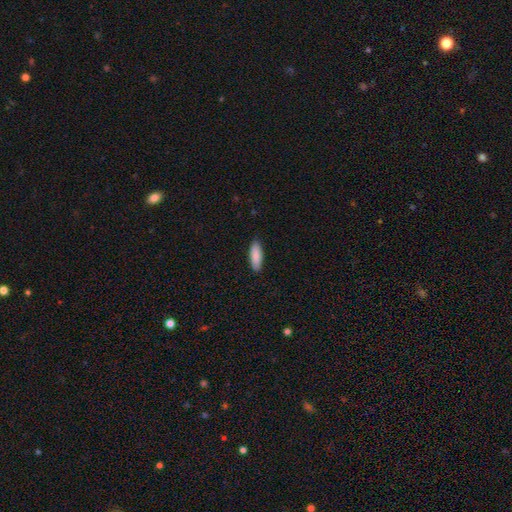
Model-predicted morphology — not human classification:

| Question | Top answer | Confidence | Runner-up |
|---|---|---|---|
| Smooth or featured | smooth | 89% | featured or disk (6%) |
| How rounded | in between | 61% | cigar-shaped (37%) |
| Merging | none | 90% | minor disturbance (8%) |